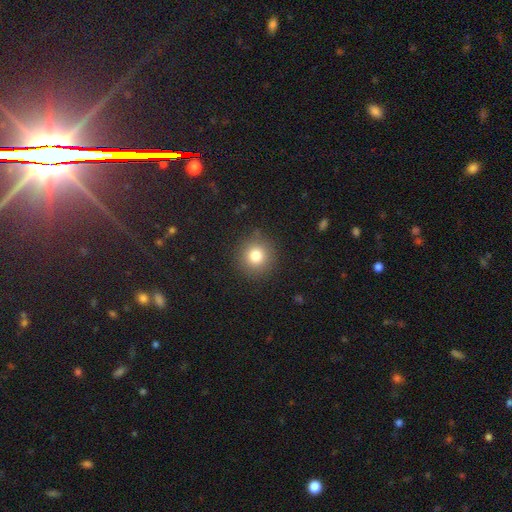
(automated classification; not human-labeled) smooth 80%, star or artifact 12%, featured or disk 8%. Down the decision tree: how rounded — round (94%); merging — none (89%).